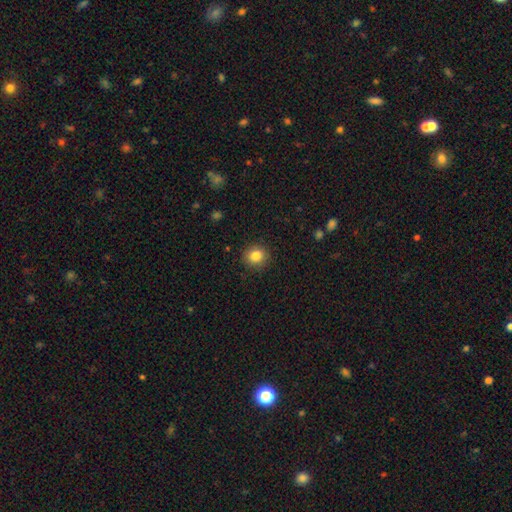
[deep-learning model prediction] Smooth or featured?
  - smooth: 84% *
  - star or artifact: 10%
  - featured or disk: 6%
How rounded?
  - round: 84% *
  - in between: 15%
  - cigar-shaped: 1%
Merging?
  - none: 91% *
  - minor disturbance: 6%
  - major disturbance: 2%
  - merger: 1%